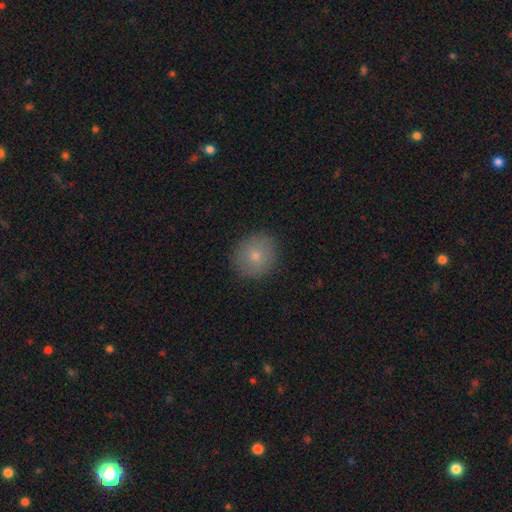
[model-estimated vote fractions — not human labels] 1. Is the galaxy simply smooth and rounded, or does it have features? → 77% smooth, 13% featured or disk, 10% star or artifact.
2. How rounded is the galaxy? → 87% round, 12% in between, 1% cigar-shaped.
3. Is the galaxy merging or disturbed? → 88% none, 8% minor disturbance, 2% major disturbance, 1% merger.